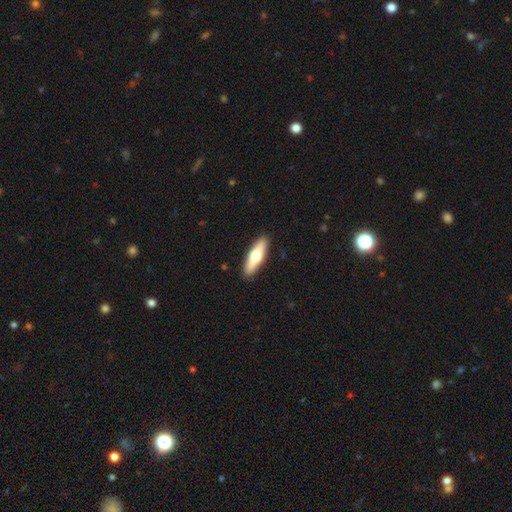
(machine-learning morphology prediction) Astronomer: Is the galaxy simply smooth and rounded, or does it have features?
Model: smooth — 57% (runner-up: featured or disk, 38%).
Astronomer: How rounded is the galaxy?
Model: cigar-shaped — 66%.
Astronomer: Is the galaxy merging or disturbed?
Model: none — 91%.